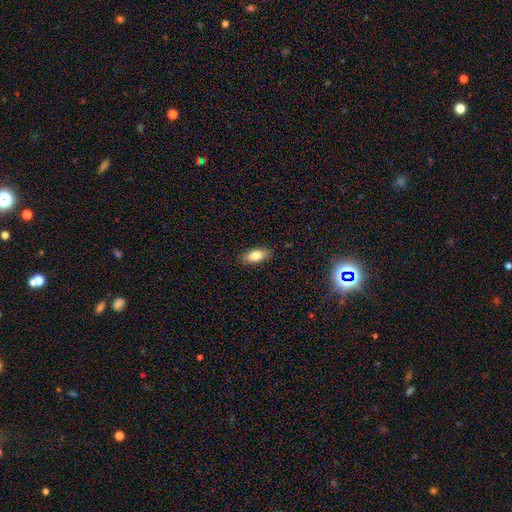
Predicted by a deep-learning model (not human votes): Smooth or featured: smooth — 81% (featured or disk — 12%)
How rounded: in between — 83% (cigar-shaped — 14%)
Merging: none — 87% (minor disturbance — 10%)